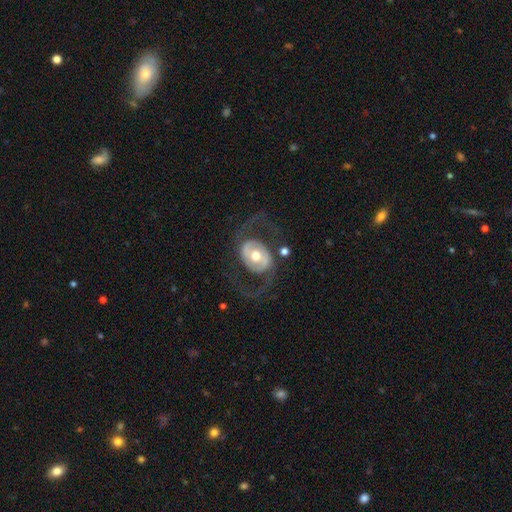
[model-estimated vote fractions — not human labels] smooth-or-featured: featured or disk: 80% | smooth: 15% | star or artifact: 5%
  disk-edge-on: no: 96% | yes: 4%
    bar: no: 52% | weak: 31% | strong: 17%
    has-spiral-arms: yes: 80% | no: 20%
      spiral-winding: loose: 49% | medium: 41% | tight: 11%
      spiral-arm-count: 2: 90% | can't tell: 4% | 1: 3% | 3: 1% | 4: 1% | more than 4: 1%
    bulge-size: moderate: 73% | large: 13% | small: 11% | dominant: 2% | none: 1%
  merging: none: 65% | major disturbance: 20% | minor disturbance: 12% | merger: 3%